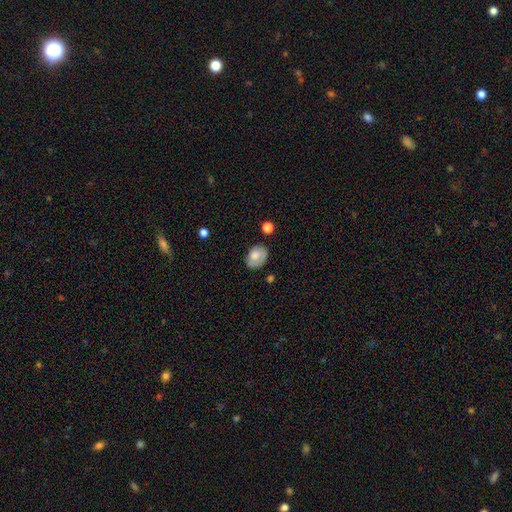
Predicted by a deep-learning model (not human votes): smooth-or-featured: smooth: 70% | featured or disk: 22% | star or artifact: 8%
  how-rounded: in between: 76% | round: 23% | cigar-shaped: 1%
  merging: none: 66% | minor disturbance: 24% | major disturbance: 7% | merger: 3%